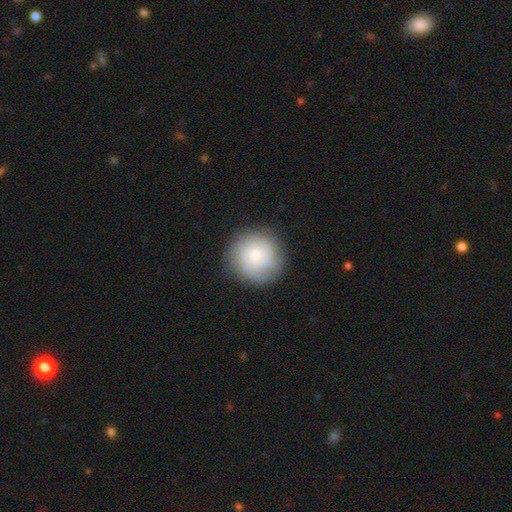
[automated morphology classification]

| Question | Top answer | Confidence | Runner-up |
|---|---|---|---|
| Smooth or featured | smooth | 54% | featured or disk (38%) |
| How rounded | round | 92% | in between (7%) |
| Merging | none | 82% | minor disturbance (13%) |